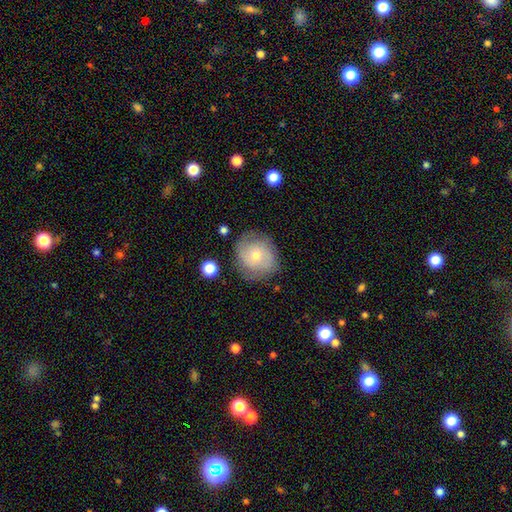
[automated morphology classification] featured or disk 47%, smooth 44%, star or artifact 9%. Down the decision tree: merging — none (76%).